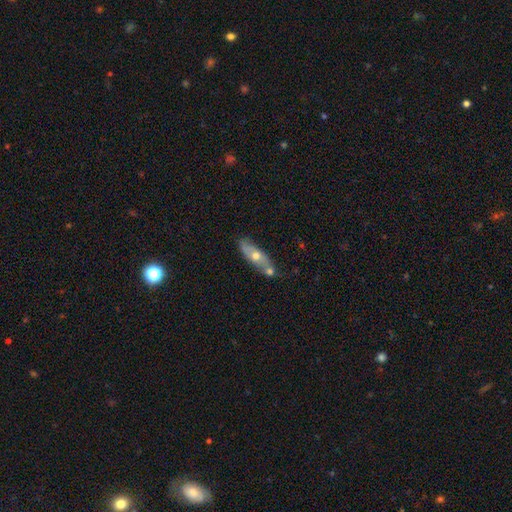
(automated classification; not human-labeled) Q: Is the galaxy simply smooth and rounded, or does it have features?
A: featured or disk — 49%.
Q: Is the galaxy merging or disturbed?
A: none — 53%.